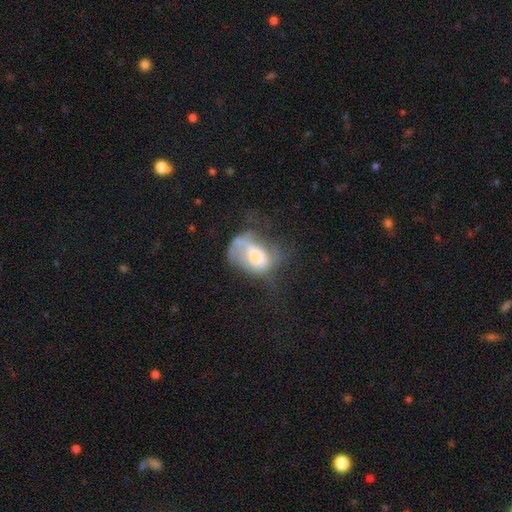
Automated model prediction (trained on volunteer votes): smooth_or_featured: smooth (p=0.48) [alt: featured or disk p=0.42]
merging: major disturbance (p=0.50) [alt: none p=0.23]